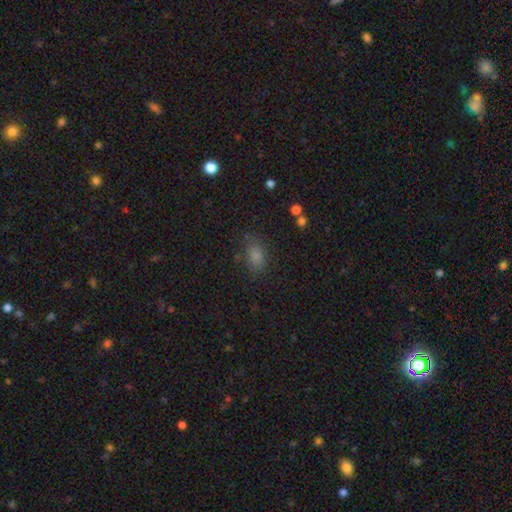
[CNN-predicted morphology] type=smooth (81%); roundness=in between (85%); merging=none (77%).